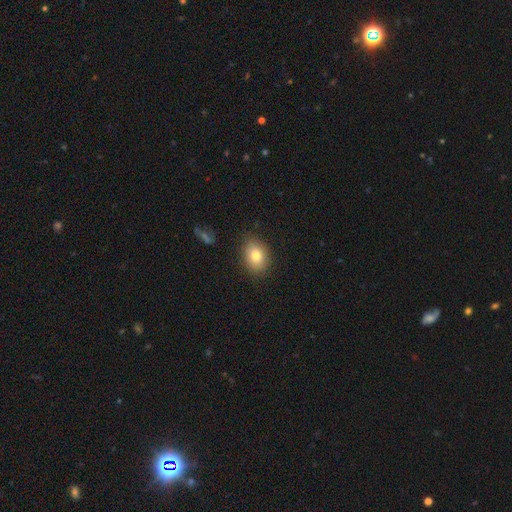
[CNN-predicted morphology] smooth 80%, featured or disk 10%, star or artifact 9%. Down the decision tree: how rounded — in between (66%); merging — none (84%).